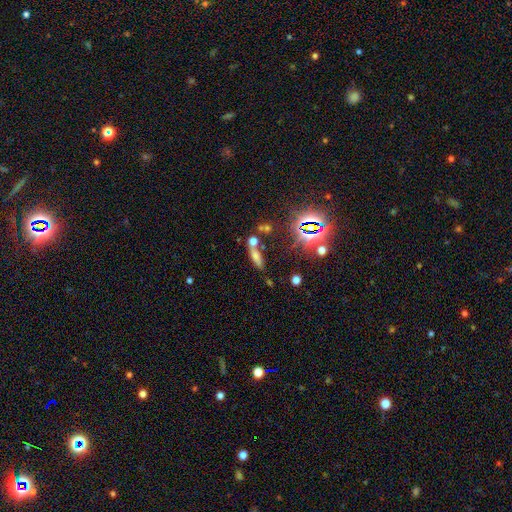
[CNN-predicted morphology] smooth_or_featured: smooth (p=0.57) [alt: star or artifact p=0.27]
how_rounded: cigar-shaped (p=0.50) [alt: in between p=0.43]
merging: none (p=0.54) [alt: merger p=0.25]